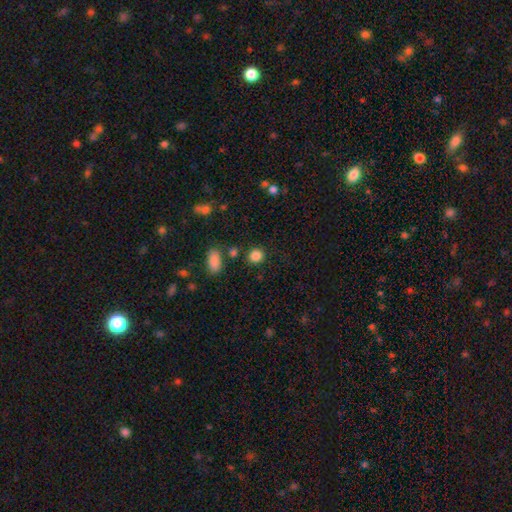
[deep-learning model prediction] Smooth or featured? Predicted: smooth (p=0.85). How rounded? Predicted: round (p=0.84). Merging? Predicted: none (p=0.84).